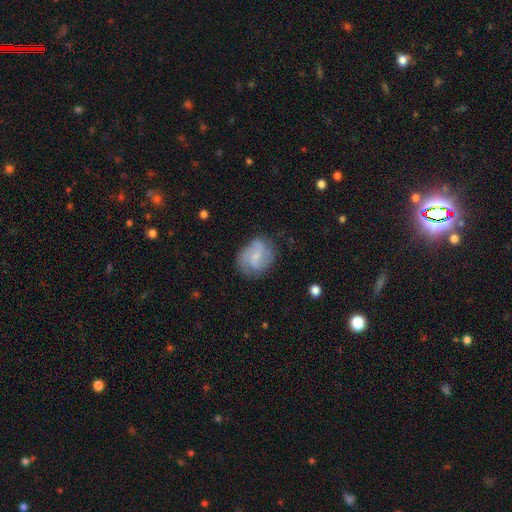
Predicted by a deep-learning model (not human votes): smooth-or-featured: featured or disk: 69% | smooth: 24% | star or artifact: 7%
  disk-edge-on: no: 98% | yes: 2%
    bar: weak: 50% | no: 38% | strong: 12%
    has-spiral-arms: yes: 93% | no: 7%
      spiral-winding: medium: 47% | loose: 30% | tight: 23%
      spiral-arm-count: 2: 57% | 3: 18% | can't tell: 15% | 1: 4% | 4: 3% | more than 4: 3%
    bulge-size: small: 58% | moderate: 20% | none: 19% | large: 1% | dominant: 1%
  merging: none: 70% | minor disturbance: 20% | major disturbance: 8% | merger: 2%